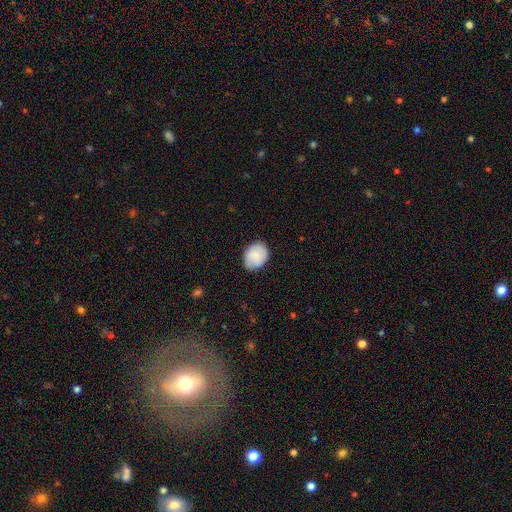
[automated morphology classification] smooth 78%, featured or disk 15%, star or artifact 7%. Down the decision tree: how rounded — in between (57%); merging — none (83%).